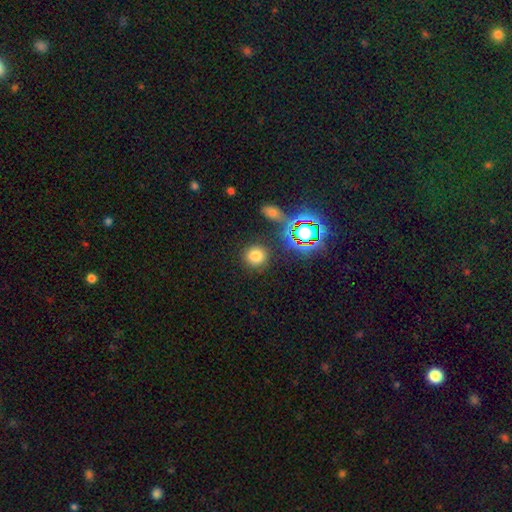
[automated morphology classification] smooth-or-featured: smooth: 74% | star or artifact: 20% | featured or disk: 7%
  how-rounded: round: 90% | in between: 9% | cigar-shaped: 1%
  merging: none: 85% | minor disturbance: 7% | merger: 4% | major disturbance: 3%